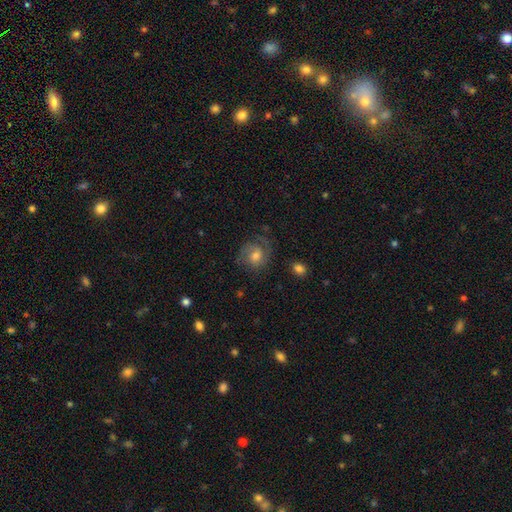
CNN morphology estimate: Smooth or featured? Predicted: featured or disk (p=0.65). Edge-on disk? Predicted: no (p=0.97). Bar? Predicted: no (p=0.62). Spiral arms? Predicted: yes (p=0.91). Spiral winding? Predicted: medium (p=0.43). Spiral arm count? Predicted: 2 (p=0.56). Bulge size? Predicted: moderate (p=0.62). Merging? Predicted: none (p=0.67).